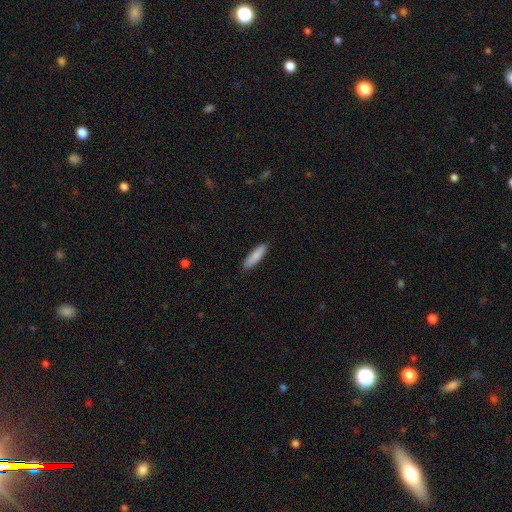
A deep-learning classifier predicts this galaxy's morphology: A smooth galaxy with no disk features (87%) that is cigar-shaped (62%). Merging: none (89%).